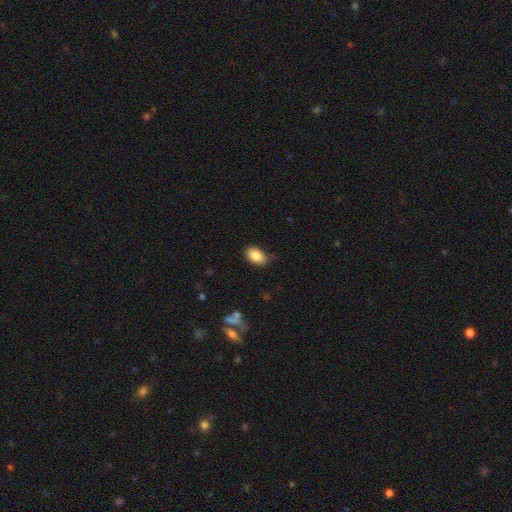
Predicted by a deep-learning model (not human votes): Q: Smooth or featured?
A: smooth (85%); runner-up: star or artifact (8%)
Q: How rounded?
A: in between (89%); runner-up: round (10%)
Q: Merging?
A: none (76%); runner-up: minor disturbance (19%)